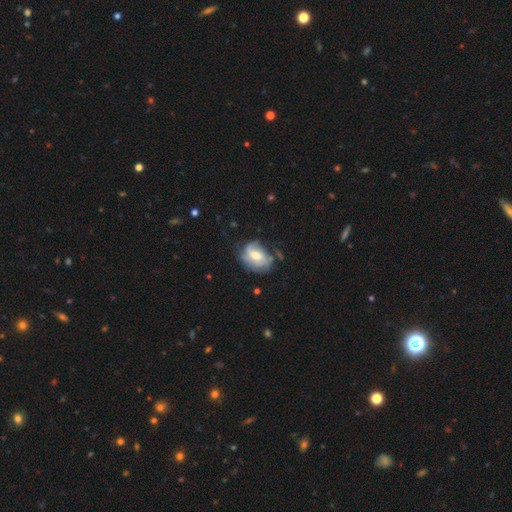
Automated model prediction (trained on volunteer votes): Smooth or featured? Predicted: featured or disk (p=0.53). Edge-on disk? Predicted: no (p=0.96). Bar? Predicted: no (p=0.50). Spiral arms? Predicted: yes (p=0.72). Bulge size? Predicted: moderate (p=0.58). Merging? Predicted: none (p=0.50).